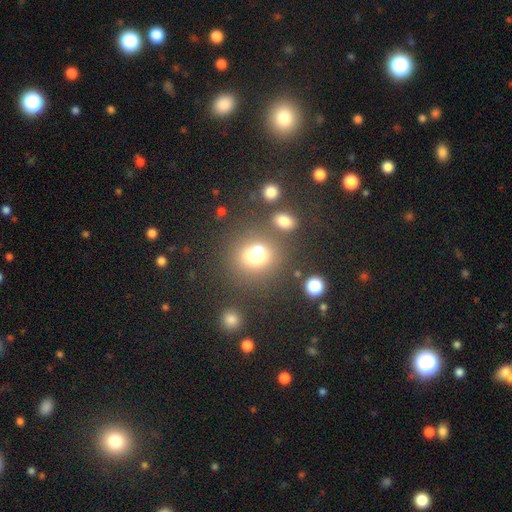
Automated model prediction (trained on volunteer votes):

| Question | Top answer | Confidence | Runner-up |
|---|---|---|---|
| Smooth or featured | smooth | 70% | star or artifact (17%) |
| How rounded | round | 78% | in between (21%) |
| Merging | none | 53% | merger (30%) |